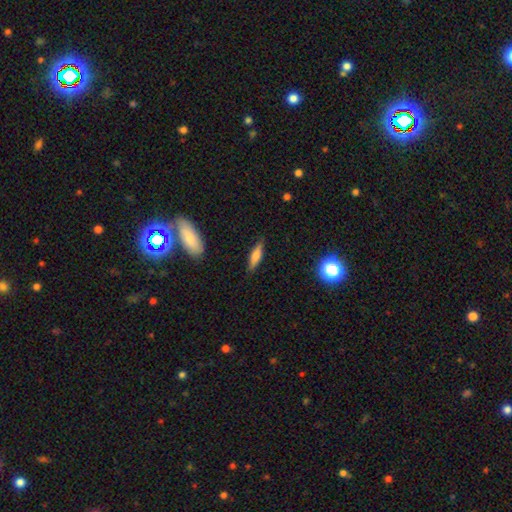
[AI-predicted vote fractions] Smooth or featured? smooth (60%)
How rounded? cigar-shaped (63%)
Merging? none (85%)